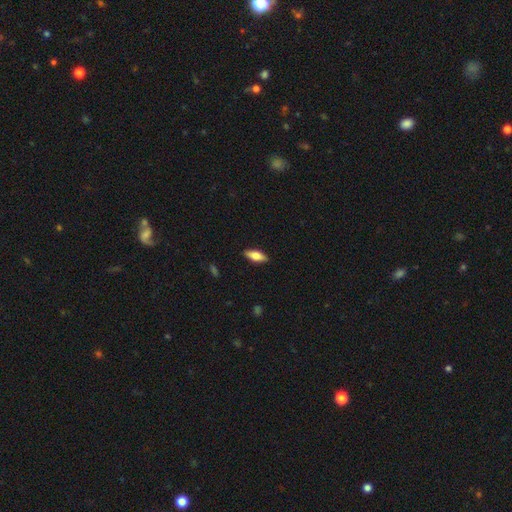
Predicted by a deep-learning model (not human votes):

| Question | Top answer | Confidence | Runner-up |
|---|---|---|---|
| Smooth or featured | smooth | 64% | featured or disk (30%) |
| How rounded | in between | 71% | cigar-shaped (26%) |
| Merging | none | 88% | minor disturbance (9%) |